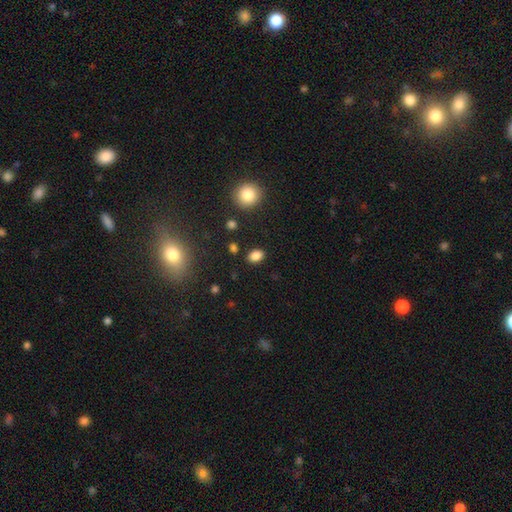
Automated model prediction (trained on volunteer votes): Smooth or featured?
  - smooth: 83% *
  - star or artifact: 12%
  - featured or disk: 5%
How rounded?
  - in between: 76% *
  - round: 22%
  - cigar-shaped: 1%
Merging?
  - none: 86% *
  - minor disturbance: 9%
  - major disturbance: 3%
  - merger: 2%